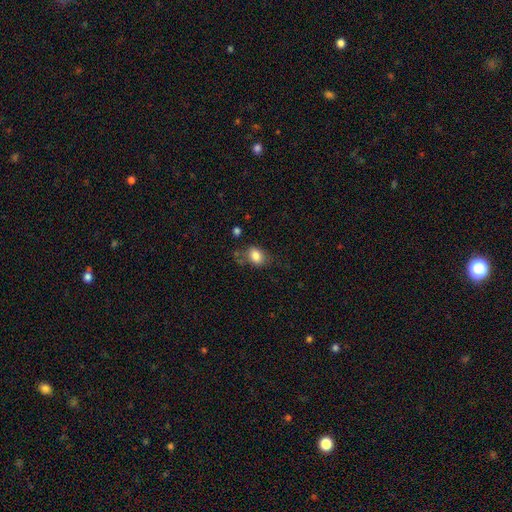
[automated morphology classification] This appears to be a smooth galaxy with no disk features (81%) that is in between round and cigar-shaped (67%). Merging: none (59%).